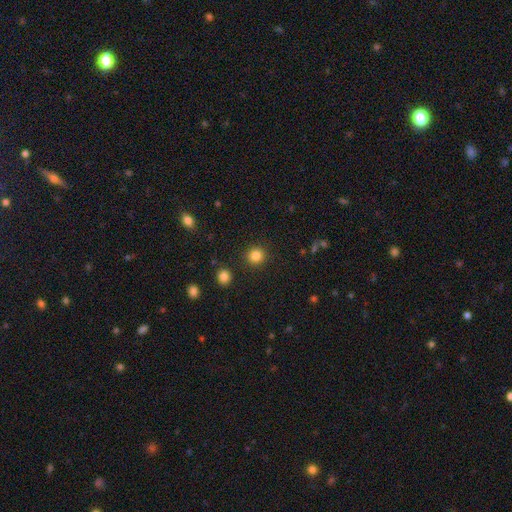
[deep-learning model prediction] Smooth or featured?
  - smooth: 84% *
  - star or artifact: 11%
  - featured or disk: 5%
How rounded?
  - round: 91% *
  - in between: 8%
  - cigar-shaped: 1%
Merging?
  - none: 91% *
  - minor disturbance: 5%
  - major disturbance: 2%
  - merger: 2%